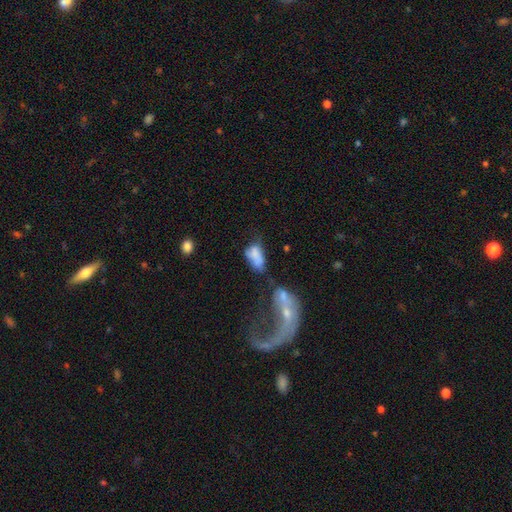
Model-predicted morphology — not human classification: A smooth galaxy with no disk features (68%) that is in between round and cigar-shaped (89%).

Vote fractions:
- Smooth or featured? smooth: 68% / featured or disk: 22% / star or artifact: 11%
- How rounded? in between: 89% / round: 6% / cigar-shaped: 5%
- Merging? merger: 28% / minor disturbance: 25% / major disturbance: 24% / none: 22%